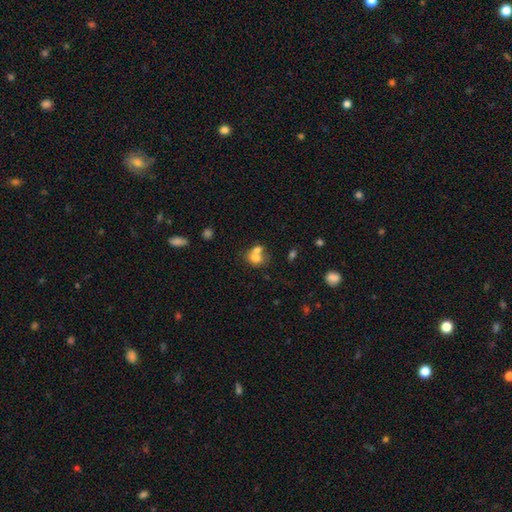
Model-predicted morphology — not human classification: Smooth or featured?
  - smooth: 72% *
  - featured or disk: 17%
  - star or artifact: 11%
How rounded?
  - round: 68% *
  - in between: 31%
  - cigar-shaped: 1%
Merging?
  - merger: 57% *
  - none: 32%
  - minor disturbance: 7%
  - major disturbance: 3%